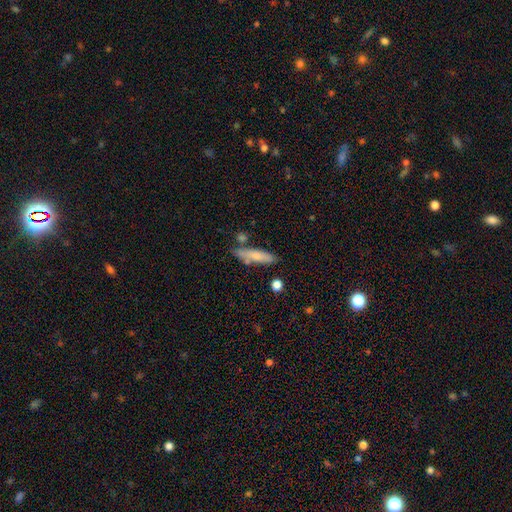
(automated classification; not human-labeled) smooth-or-featured: smooth: 72% | featured or disk: 22% | star or artifact: 7%
  how-rounded: cigar-shaped: 72% | in between: 26% | round: 2%
  merging: none: 70% | minor disturbance: 17% | merger: 8% | major disturbance: 4%